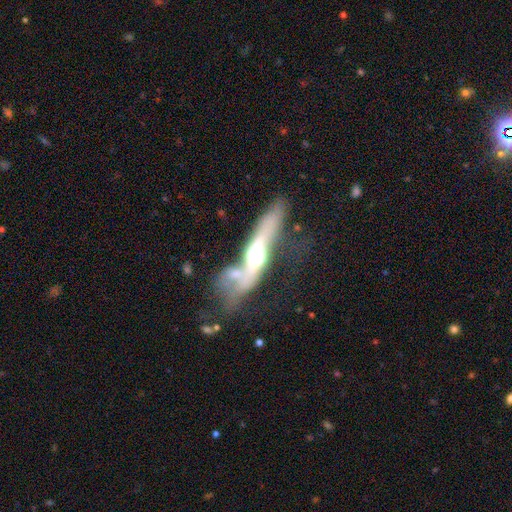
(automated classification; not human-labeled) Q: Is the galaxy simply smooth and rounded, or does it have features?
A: featured or disk — 68%.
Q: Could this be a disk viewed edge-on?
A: yes — 61%.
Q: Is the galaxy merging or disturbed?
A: merger — 35%.